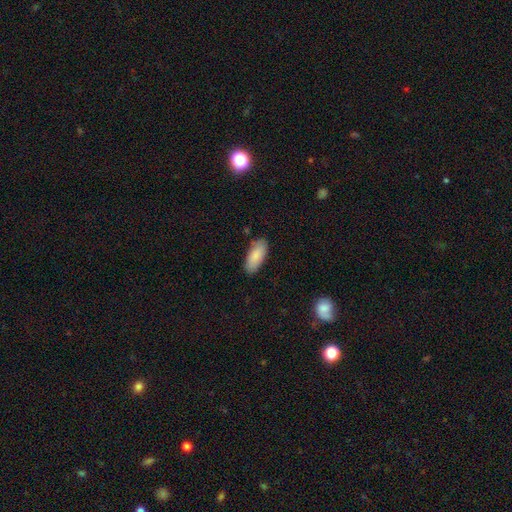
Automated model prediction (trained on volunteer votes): Smooth or featured? Predicted: smooth (p=0.86). How rounded? Predicted: in between (p=0.87). Merging? Predicted: none (p=0.83).